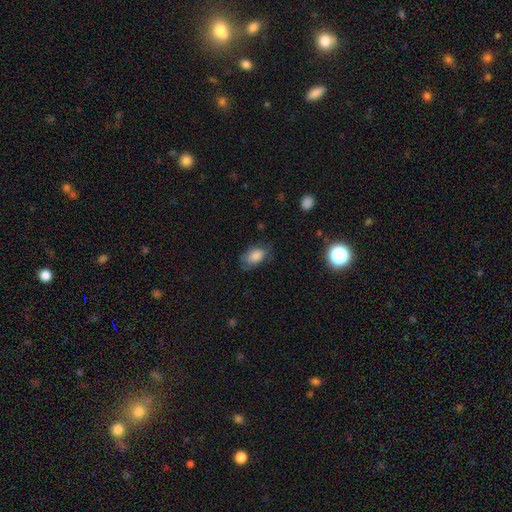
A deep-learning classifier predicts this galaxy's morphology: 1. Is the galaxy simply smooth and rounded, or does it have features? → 84% smooth, 8% featured or disk, 8% star or artifact.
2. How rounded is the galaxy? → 91% in between, 7% round, 2% cigar-shaped.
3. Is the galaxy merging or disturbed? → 66% none, 25% minor disturbance, 8% major disturbance, 1% merger.